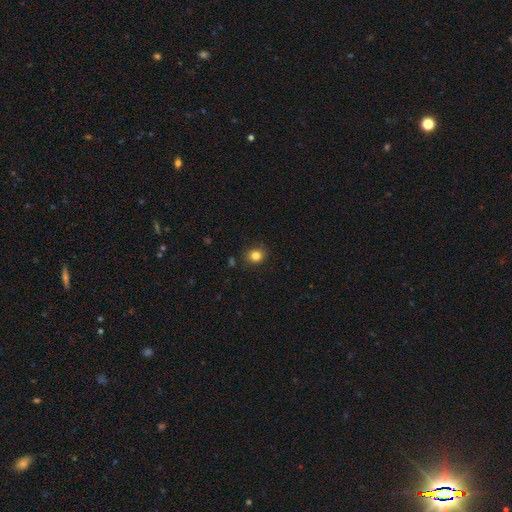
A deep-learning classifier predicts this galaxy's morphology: A smooth galaxy with no disk features (83%) that is round (75%). Merging: none (86%).